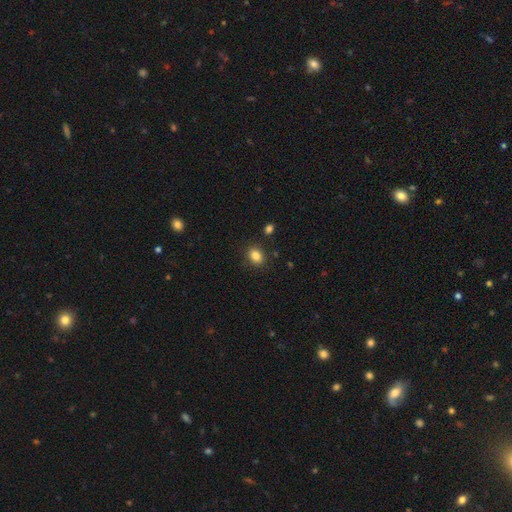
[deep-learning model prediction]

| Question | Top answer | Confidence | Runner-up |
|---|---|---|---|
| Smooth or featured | smooth | 85% | star or artifact (10%) |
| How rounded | in between | 55% | round (44%) |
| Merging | none | 86% | minor disturbance (9%) |